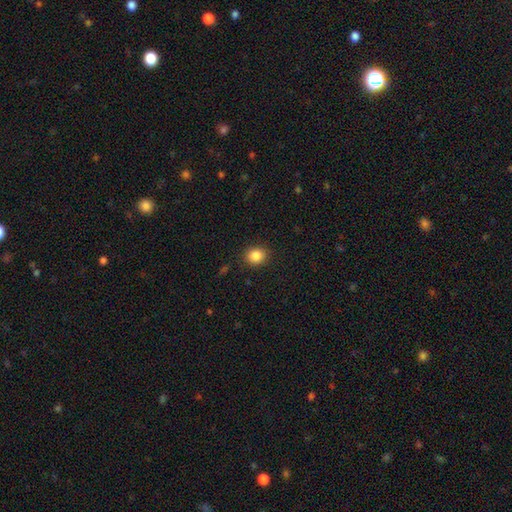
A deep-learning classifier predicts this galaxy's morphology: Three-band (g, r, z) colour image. It shows a smooth galaxy with no disk features (85%) that is round (74%). Merging: none (89%).